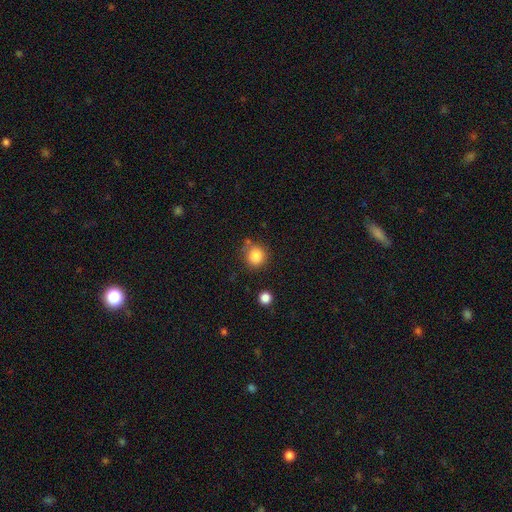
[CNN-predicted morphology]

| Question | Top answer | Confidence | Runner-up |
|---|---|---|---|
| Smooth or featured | smooth | 86% | star or artifact (10%) |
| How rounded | round | 87% | in between (12%) |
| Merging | none | 76% | minor disturbance (13%) |